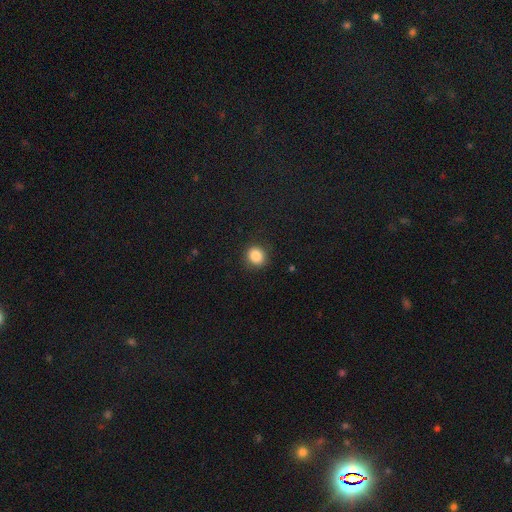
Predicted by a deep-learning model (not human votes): smooth 86%, star or artifact 10%, featured or disk 4%. Down the decision tree: how rounded — round (79%); merging — none (88%).